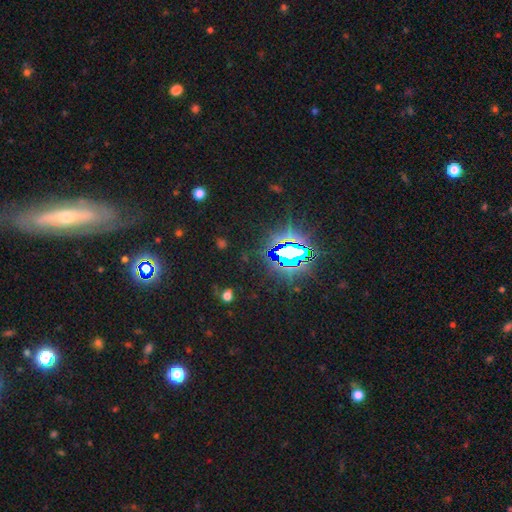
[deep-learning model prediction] star or artifact 76%, smooth 14%, featured or disk 10%.